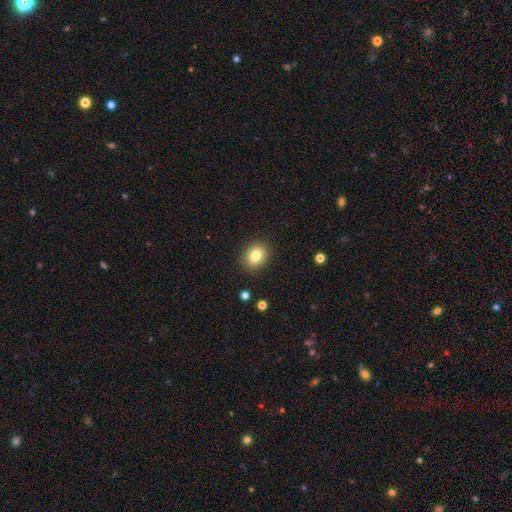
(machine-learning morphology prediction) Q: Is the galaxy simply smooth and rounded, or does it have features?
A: smooth — 81%.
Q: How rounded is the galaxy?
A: round — 53%.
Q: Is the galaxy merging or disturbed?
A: none — 89%.